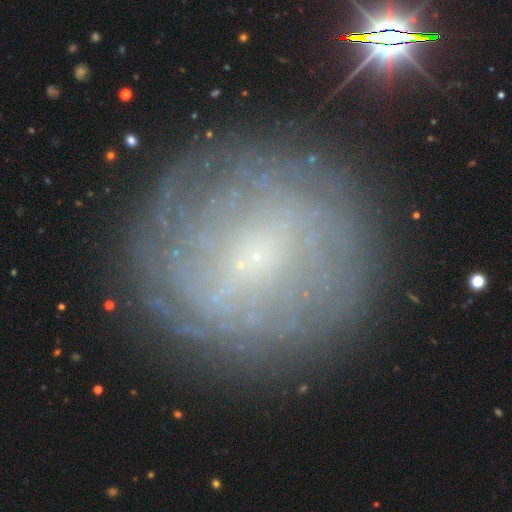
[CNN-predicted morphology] Smooth or featured: featured or disk — 56% (smooth — 27%)
Edge-on disk: no — 94% (yes — 6%)
Bar: no — 57% (weak — 31%)
Spiral arms: yes — 67% (no — 33%)
Bulge size: small — 78% (none — 13%)
Merging: none — 79% (minor disturbance — 12%)